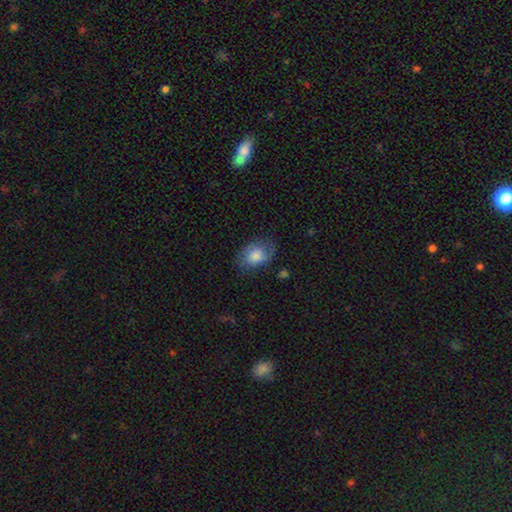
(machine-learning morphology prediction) smooth_or_featured: smooth (p=0.75) [alt: featured or disk p=0.17]
how_rounded: in between (p=0.75) [alt: round p=0.24]
merging: none (p=0.63) [alt: minor disturbance p=0.25]